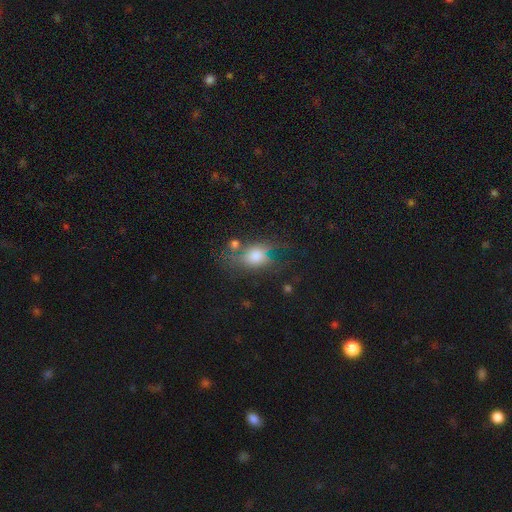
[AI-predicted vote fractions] Q: Smooth or featured?
A: smooth (56%); runner-up: featured or disk (29%)
Q: How rounded?
A: in between (66%); runner-up: round (29%)
Q: Merging?
A: none (48%); runner-up: minor disturbance (24%)